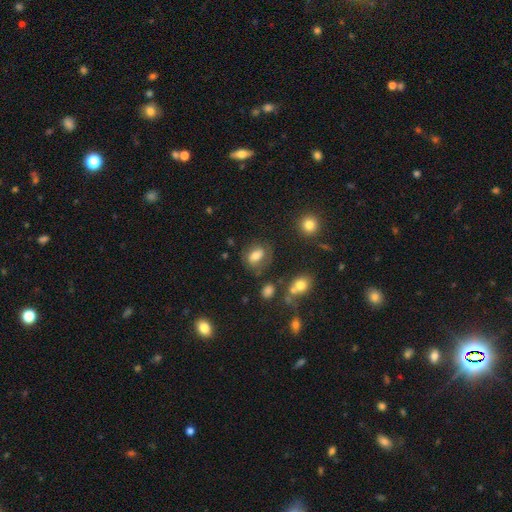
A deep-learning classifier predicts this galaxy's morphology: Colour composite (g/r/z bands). It shows a smooth galaxy with no disk features (66%) that is in between round and cigar-shaped (70%). Merging: none (61%).